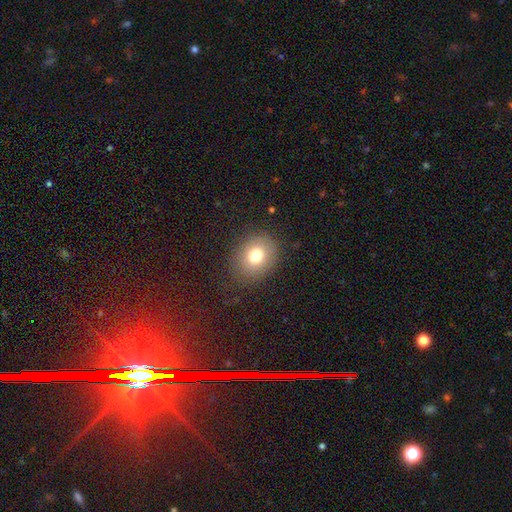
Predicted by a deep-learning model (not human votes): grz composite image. It shows a smooth galaxy with no disk features (76%) that is round (54%). Merging: none (81%).